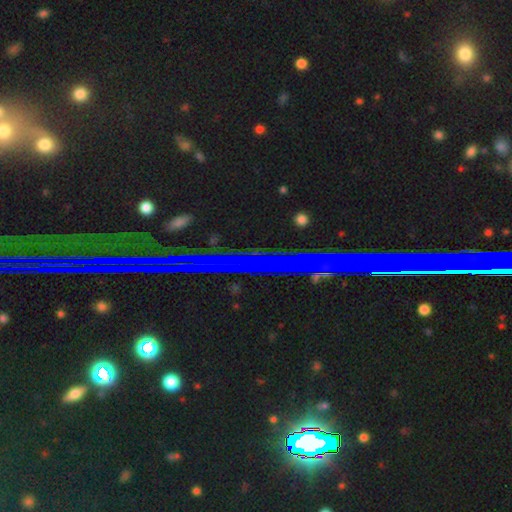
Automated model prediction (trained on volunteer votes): Smooth or featured?
  - star or artifact: 77% *
  - featured or disk: 12%
  - smooth: 11%